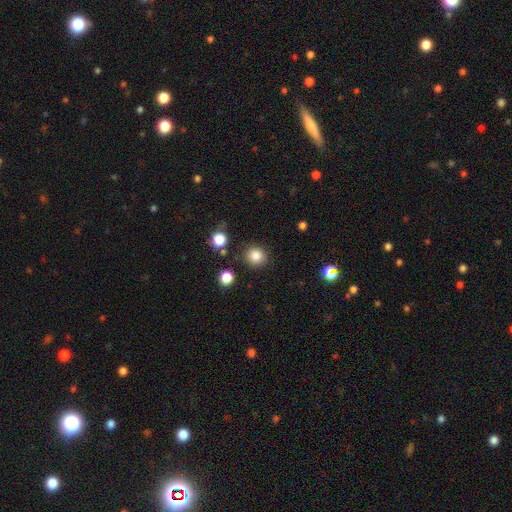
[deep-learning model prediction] Overall: smooth (84%). How rounded: round (89%). Merging: none (86%).